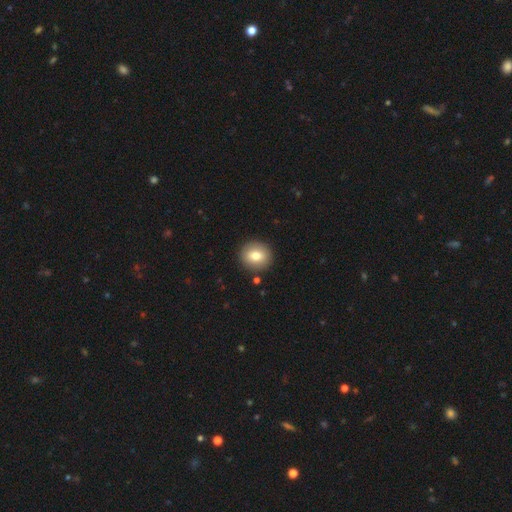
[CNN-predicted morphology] Smooth or featured? Predicted: smooth (p=0.78). How rounded? Predicted: round (p=0.84). Merging? Predicted: none (p=0.90).